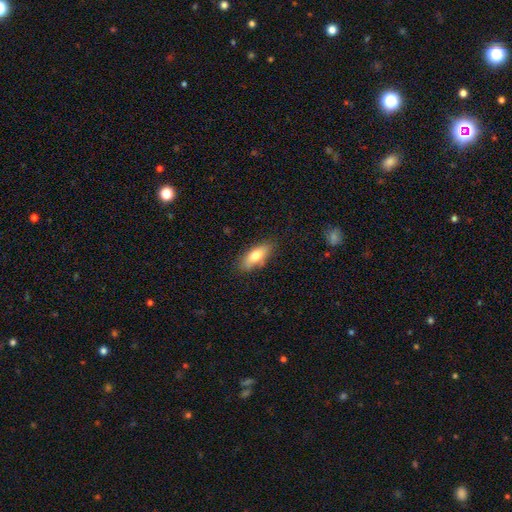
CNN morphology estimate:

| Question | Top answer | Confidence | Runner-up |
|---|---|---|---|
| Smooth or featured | smooth | 75% | featured or disk (18%) |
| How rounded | in between | 75% | cigar-shaped (22%) |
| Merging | none | 79% | minor disturbance (16%) |